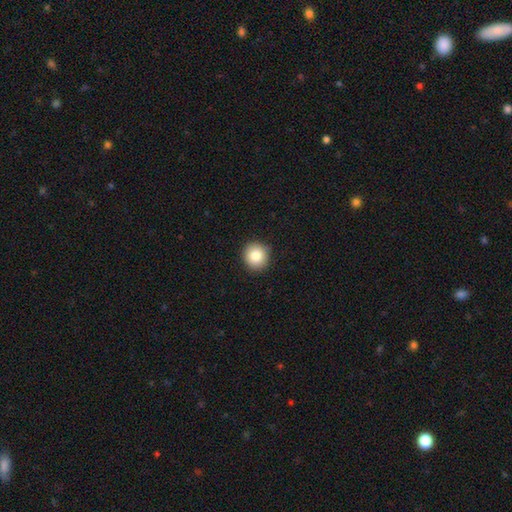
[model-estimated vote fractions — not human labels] Smooth or featured? smooth (83%)
How rounded? round (90%)
Merging? none (90%)